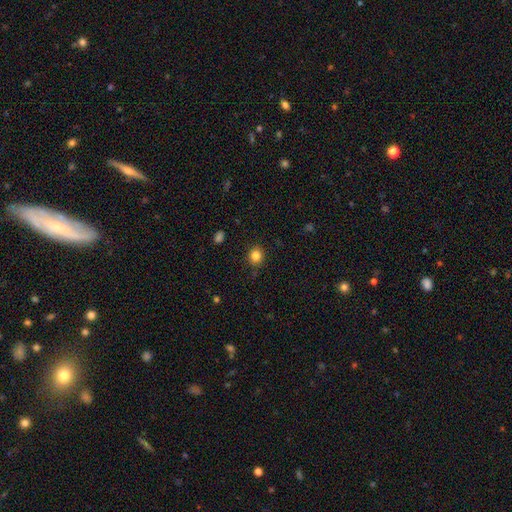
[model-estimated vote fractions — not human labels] smooth_or_featured: smooth (p=0.84) [alt: star or artifact p=0.12]
how_rounded: round (p=0.83) [alt: in between p=0.17]
merging: none (p=0.89) [alt: minor disturbance p=0.08]